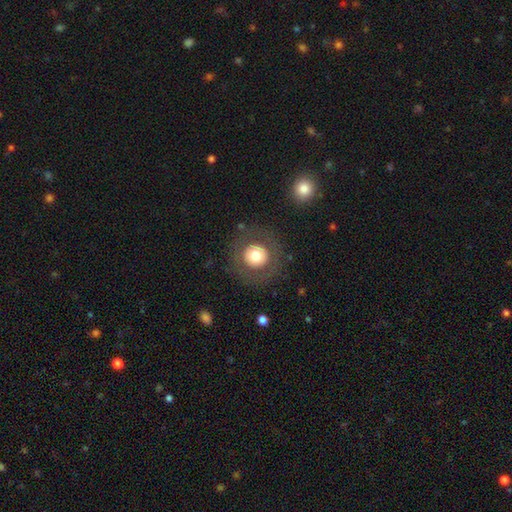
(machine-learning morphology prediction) A smooth galaxy with no disk features (69%) that is round (94%).

Vote fractions:
- Smooth or featured? smooth: 69% / featured or disk: 21% / star or artifact: 10%
- How rounded? round: 94% / in between: 5% / cigar-shaped: 1%
- Merging? none: 84% / minor disturbance: 8% / major disturbance: 6% / merger: 1%